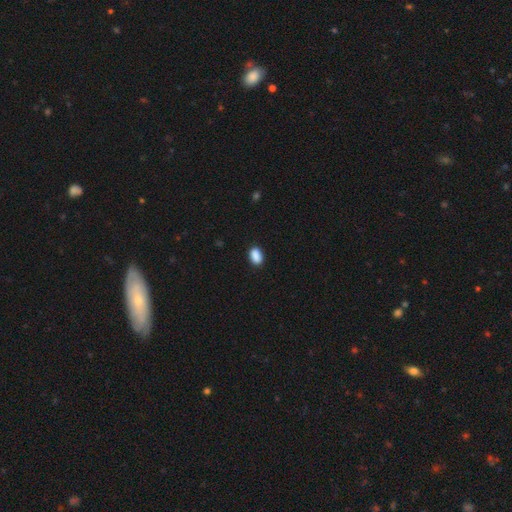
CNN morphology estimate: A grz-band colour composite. It shows a smooth galaxy with no disk features (89%) that is in between round and cigar-shaped (87%). Merging: none (87%).